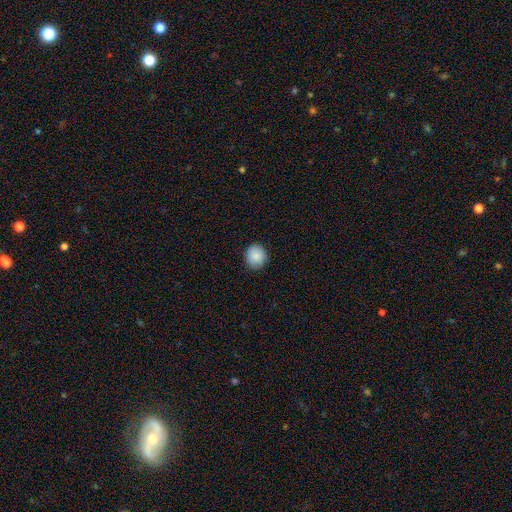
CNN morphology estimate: Smooth or featured?
  - smooth: 87% *
  - star or artifact: 8%
  - featured or disk: 5%
How rounded?
  - round: 86% *
  - in between: 13%
  - cigar-shaped: 1%
Merging?
  - none: 88% *
  - minor disturbance: 9%
  - major disturbance: 2%
  - merger: 1%